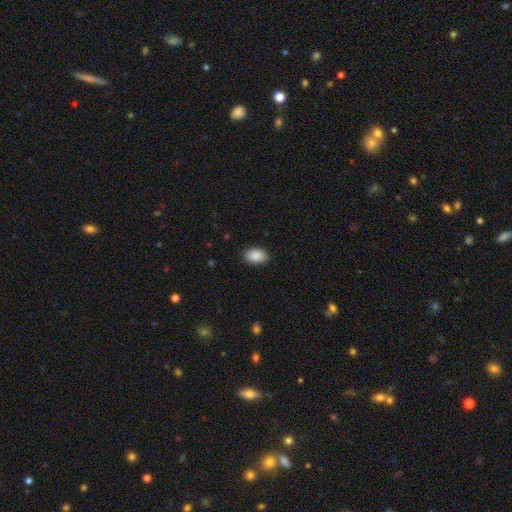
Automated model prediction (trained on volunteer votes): Smooth or featured: smooth — 90% (star or artifact — 7%)
How rounded: in between — 89% (round — 10%)
Merging: none — 89% (minor disturbance — 8%)